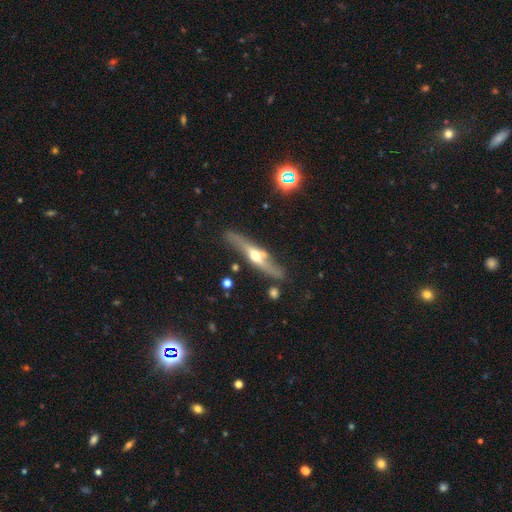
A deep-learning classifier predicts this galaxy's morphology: A featured or disk galaxy (74%) viewed edge-on (87%) with a rounded central bulge (91%). Merging: none (74%).